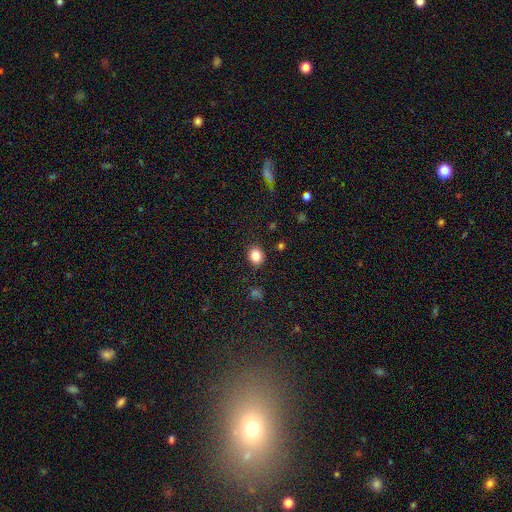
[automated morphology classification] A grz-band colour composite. It shows a smooth galaxy with no disk features (84%) that is round (72%). Merging: none (89%).